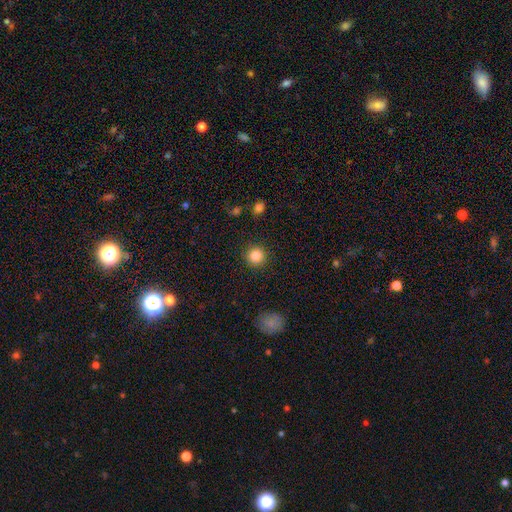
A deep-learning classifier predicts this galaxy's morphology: Smooth or featured?
  - smooth: 86% *
  - star or artifact: 10%
  - featured or disk: 4%
How rounded?
  - round: 95% *
  - in between: 4%
  - cigar-shaped: 1%
Merging?
  - none: 91% *
  - minor disturbance: 5%
  - major disturbance: 2%
  - merger: 1%